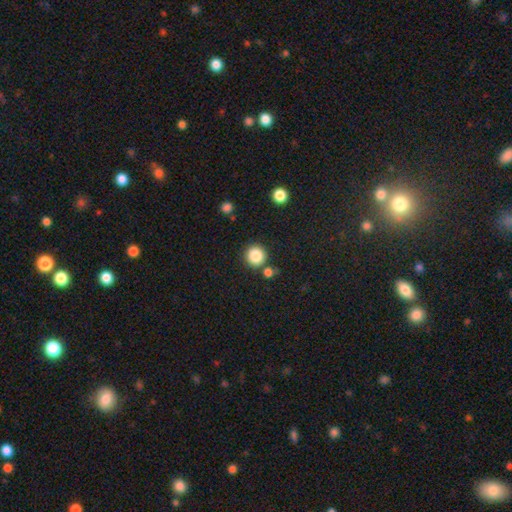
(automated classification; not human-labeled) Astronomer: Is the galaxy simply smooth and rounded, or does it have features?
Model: smooth — 85%.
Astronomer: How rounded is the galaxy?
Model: round — 94%.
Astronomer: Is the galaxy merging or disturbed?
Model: none — 81%.